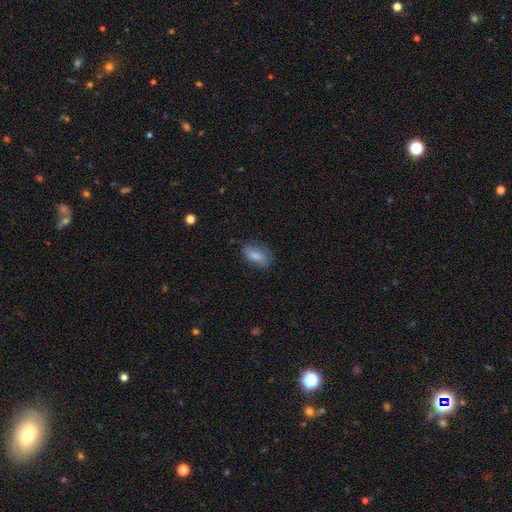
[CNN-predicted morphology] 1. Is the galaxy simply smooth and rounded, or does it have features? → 82% smooth, 10% featured or disk, 8% star or artifact.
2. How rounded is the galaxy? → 87% in between, 9% cigar-shaped, 4% round.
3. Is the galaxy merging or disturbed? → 72% none, 21% minor disturbance, 5% major disturbance, 2% merger.